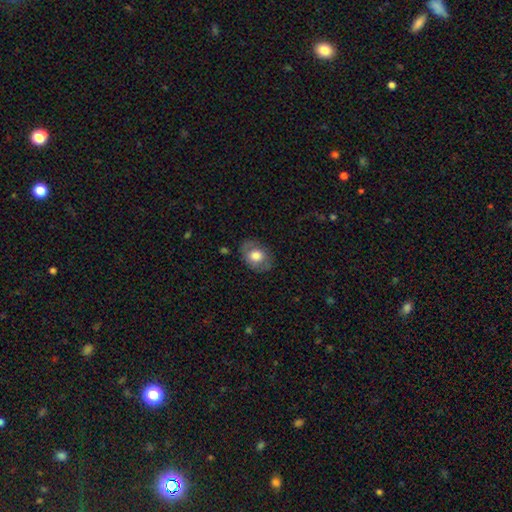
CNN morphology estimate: The model was most divided on "how rounded": in between: 68%, round: 31%, cigar-shaped: 1%. More confident: merging — none (79%); smooth or featured — smooth (69%).